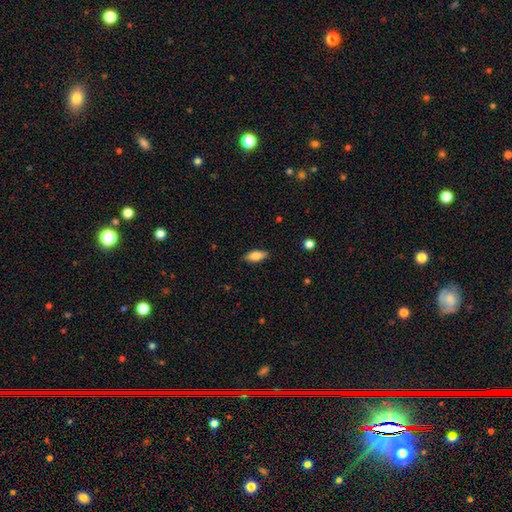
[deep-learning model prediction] Smooth or featured: smooth — 79% (featured or disk — 14%)
How rounded: in between — 83% (cigar-shaped — 14%)
Merging: none — 86% (minor disturbance — 11%)